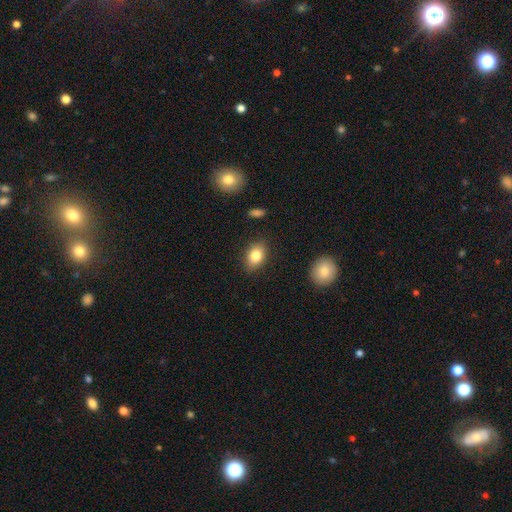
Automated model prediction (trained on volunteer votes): Smooth or featured? smooth (82%)
How rounded? in between (79%)
Merging? none (86%)